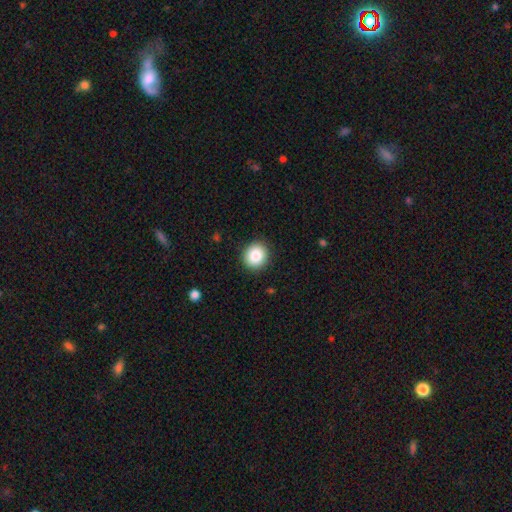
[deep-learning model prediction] A smooth galaxy with no disk features (85%) that is round (82%). Merging: none (90%).